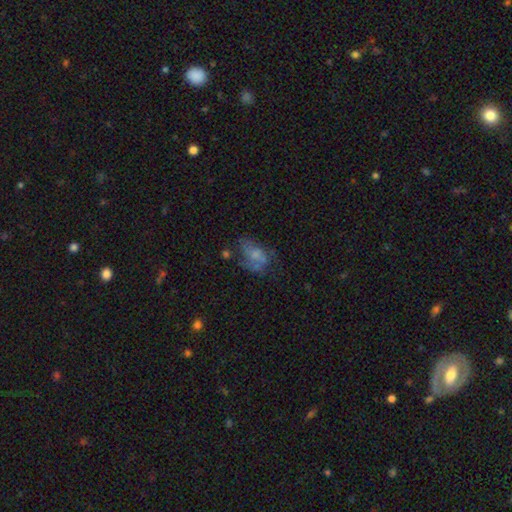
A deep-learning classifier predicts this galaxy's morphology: Smooth or featured?
  - smooth: 45% *
  - featured or disk: 43%
  - star or artifact: 12%
Merging?
  - none: 38% *
  - major disturbance: 29%
  - minor disturbance: 25%
  - merger: 8%